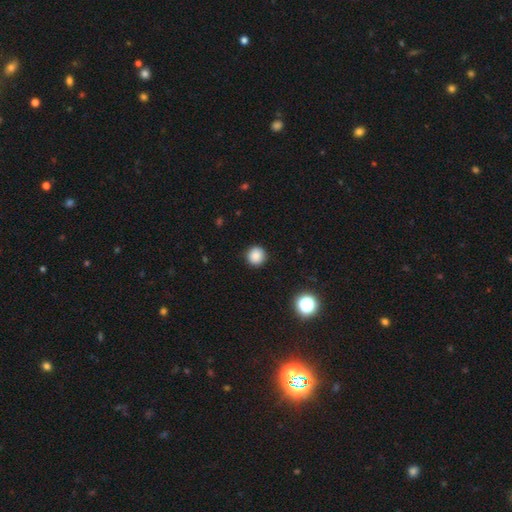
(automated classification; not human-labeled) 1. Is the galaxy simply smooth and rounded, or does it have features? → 86% smooth, 11% star or artifact, 3% featured or disk.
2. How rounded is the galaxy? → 95% round, 4% in between, 1% cigar-shaped.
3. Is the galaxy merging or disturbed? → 91% none, 6% minor disturbance, 2% major disturbance, 1% merger.